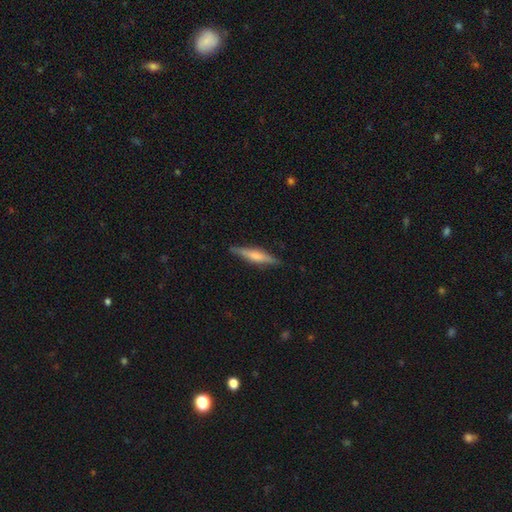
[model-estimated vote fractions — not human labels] Smooth or featured? Predicted: featured or disk (p=0.55). Edge-on disk? Predicted: yes (p=0.96). Edge-on bulge? Predicted: rounded (p=0.67). Merging? Predicted: none (p=0.88).